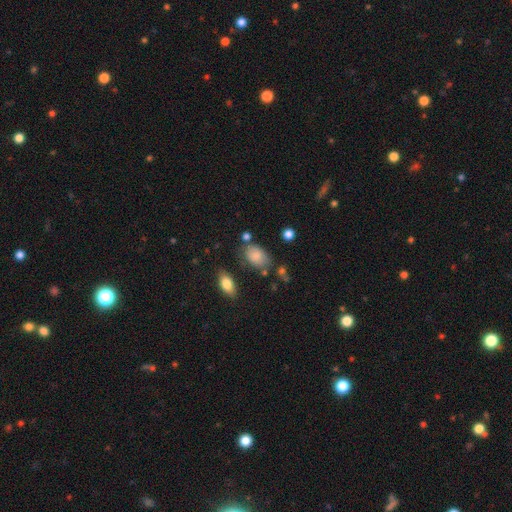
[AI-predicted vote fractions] Smooth or featured: smooth — 83% (star or artifact — 9%)
How rounded: in between — 87% (round — 12%)
Merging: none — 63% (minor disturbance — 23%)